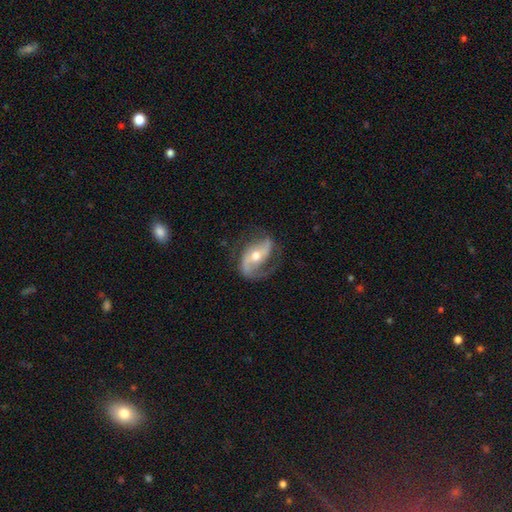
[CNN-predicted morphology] A featured or disk galaxy (86%) with a strong bar (35%, tied with weak), 2 (85%) medium (44%) spiral arms (95%) and a moderate central bulge (69%). Merging: none (68%).